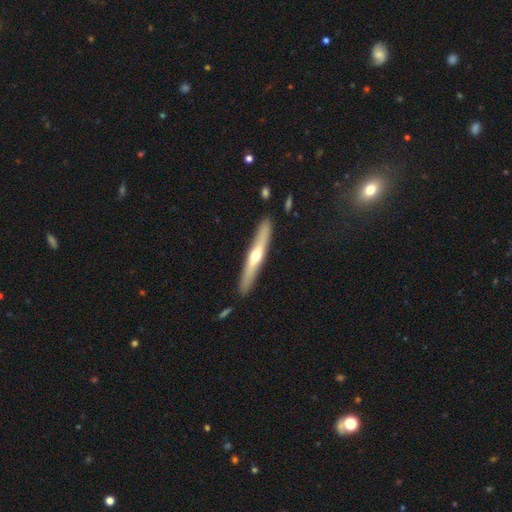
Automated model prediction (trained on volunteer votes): This appears to be a featured or disk galaxy (59%) viewed edge-on (93%) with a rounded central bulge (87%). Merging: none (89%).